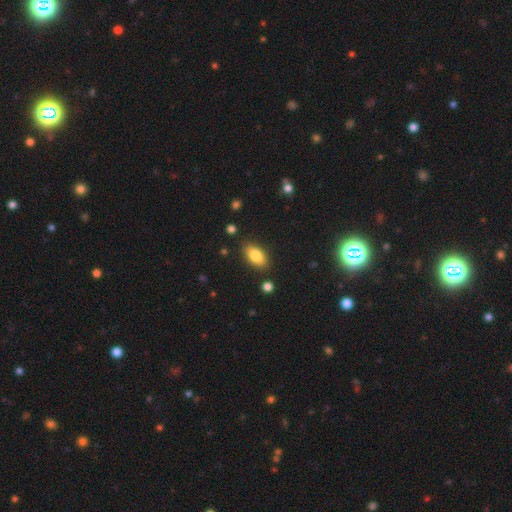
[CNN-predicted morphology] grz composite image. It shows a smooth galaxy with no disk features (84%) that is in between round and cigar-shaped (91%). Merging: none (85%).